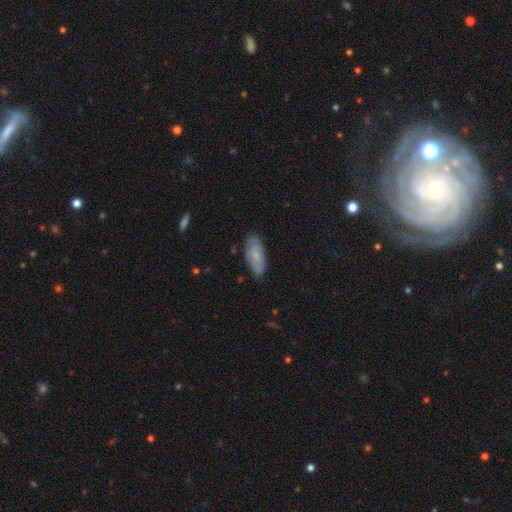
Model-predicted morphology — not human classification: smooth_or_featured: smooth (p=0.65) [alt: featured or disk p=0.28]
how_rounded: in between (p=0.80) [alt: cigar-shaped p=0.18]
merging: none (p=0.78) [alt: minor disturbance p=0.17]